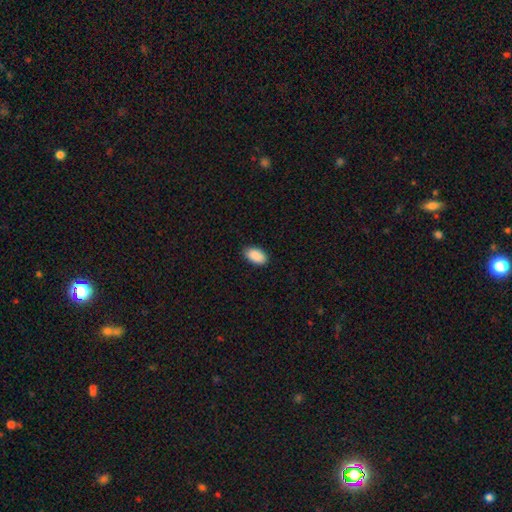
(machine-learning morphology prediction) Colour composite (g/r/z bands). It shows a smooth galaxy with no disk features (91%) that is in between round and cigar-shaped (95%). Merging: none (87%).